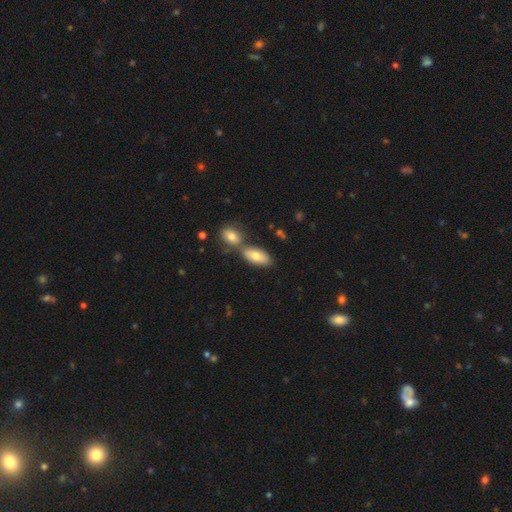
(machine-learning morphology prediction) The model was most divided on "merging": none: 49%, merger: 38%, minor disturbance: 10%, major disturbance: 3%. More confident: how rounded — in between (90%); smooth or featured — smooth (74%).